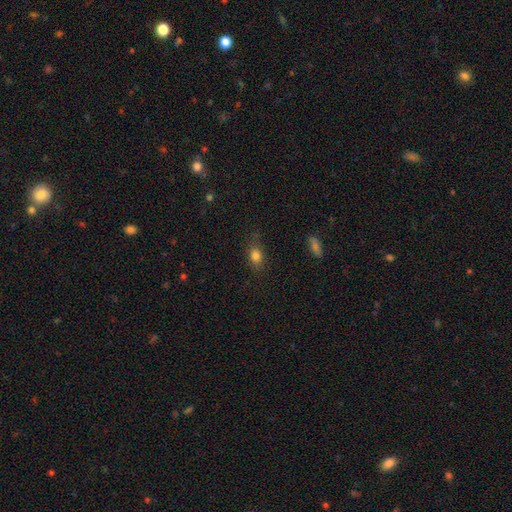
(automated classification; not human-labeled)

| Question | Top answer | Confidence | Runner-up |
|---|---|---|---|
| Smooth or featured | smooth | 81% | star or artifact (12%) |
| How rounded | in between | 66% | round (29%) |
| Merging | none | 75% | minor disturbance (18%) |